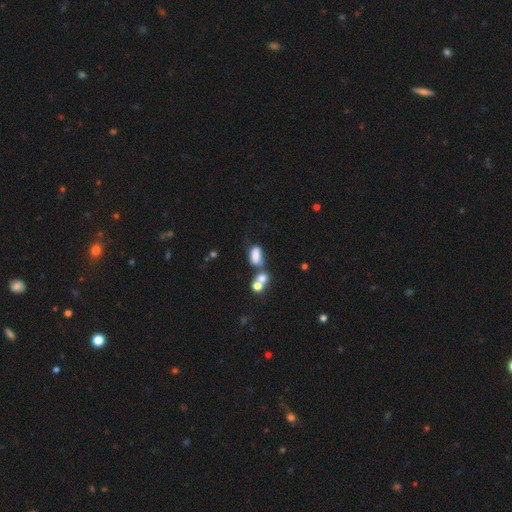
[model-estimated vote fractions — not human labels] smooth-or-featured: smooth: 72% | featured or disk: 15% | star or artifact: 13%
  how-rounded: in between: 83% | round: 11% | cigar-shaped: 6%
  merging: merger: 44% | none: 30% | minor disturbance: 16% | major disturbance: 11%